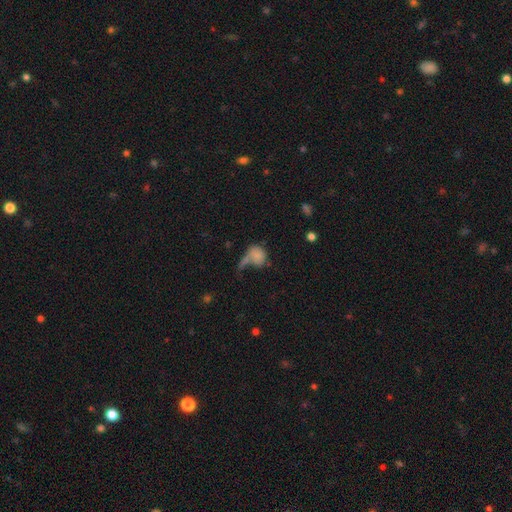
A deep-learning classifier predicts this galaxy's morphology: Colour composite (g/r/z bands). It shows a smooth galaxy with no disk features (73%) that is round (53%). Merging: major disturbance (31%).